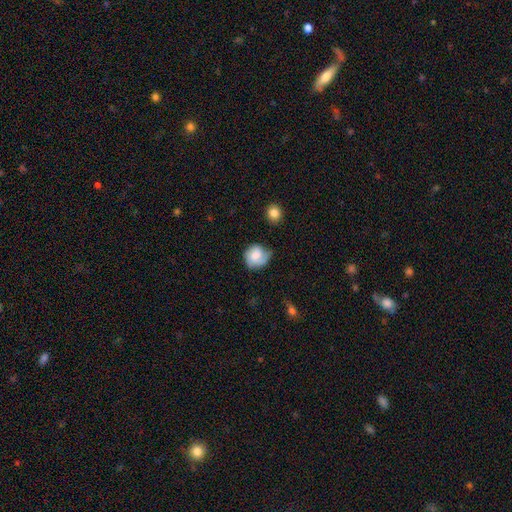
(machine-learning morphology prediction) type=smooth (52%); roundness=round (77%); merging=none (55%).